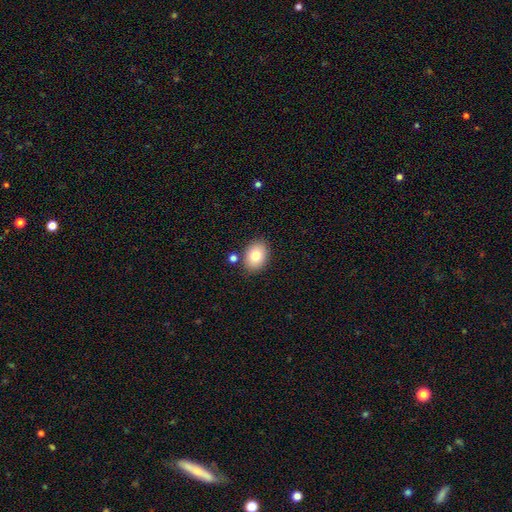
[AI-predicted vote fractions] This appears to be a smooth galaxy with no disk features (79%) that is in between round and cigar-shaped (70%). Merging: none (82%).